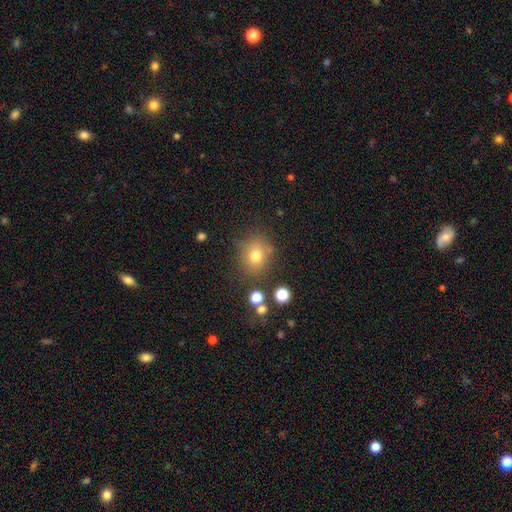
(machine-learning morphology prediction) Smooth or featured? Predicted: smooth (p=0.74). How rounded? Predicted: round (p=0.75). Merging? Predicted: none (p=0.75).